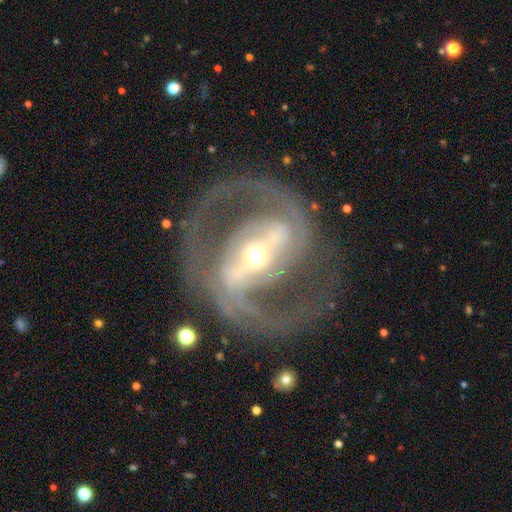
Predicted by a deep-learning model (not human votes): smooth_or_featured: featured or disk (p=0.90) [alt: star or artifact p=0.05]
disk_edge_on: no (p=0.95) [alt: yes p=0.05]
bar: strong (p=0.67) [alt: weak p=0.22]
has_spiral_arms: yes (p=0.91) [alt: no p=0.09]
spiral_winding: medium (p=0.54) [alt: tight p=0.29]
spiral_arm_count: 2 (p=0.88) [alt: can't tell p=0.05]
bulge_size: small (p=0.52) [alt: moderate p=0.42]
merging: none (p=0.76) [alt: minor disturbance p=0.11]